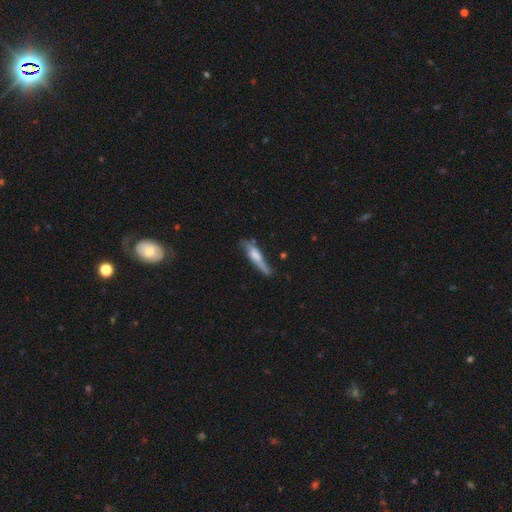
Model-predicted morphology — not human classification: Smooth or featured? Predicted: smooth (p=0.55). How rounded? Predicted: cigar-shaped (p=0.76). Merging? Predicted: none (p=0.48).